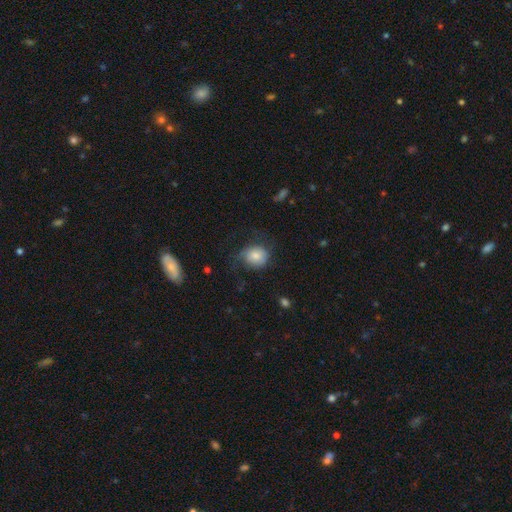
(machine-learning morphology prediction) Smooth or featured? smooth (72%)
How rounded? round (70%)
Merging? none (49%)